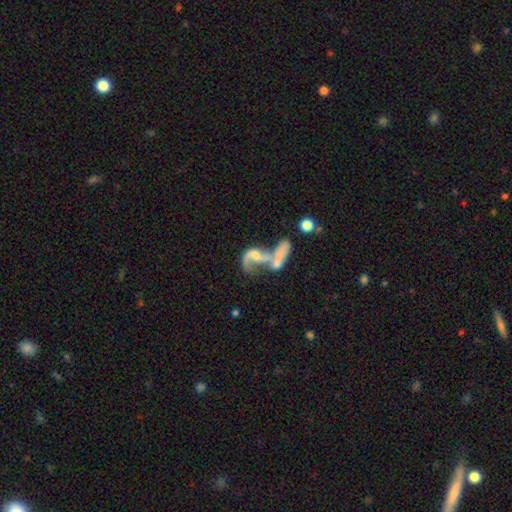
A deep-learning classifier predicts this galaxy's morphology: type=featured or disk (73%); edge-on=no (94%); bar=no (55%); spiral arms=yes (75%); winding=loose (81%); arm count=2 (69%); bulge=small (37%); merging=merger (58%).